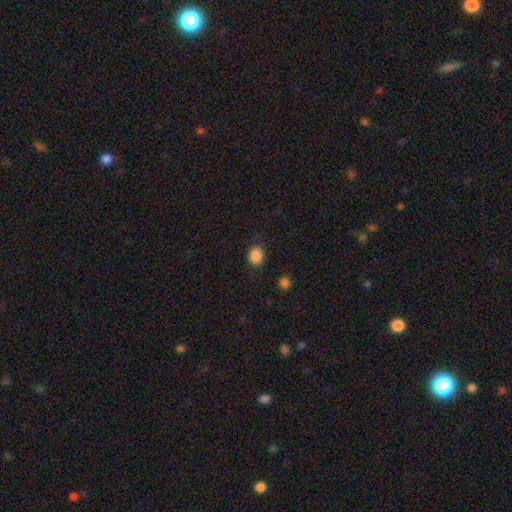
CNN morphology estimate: smooth_or_featured: smooth (p=0.87) [alt: star or artifact p=0.10]
how_rounded: round (p=0.56) [alt: in between p=0.44]
merging: none (p=0.85) [alt: minor disturbance p=0.10]